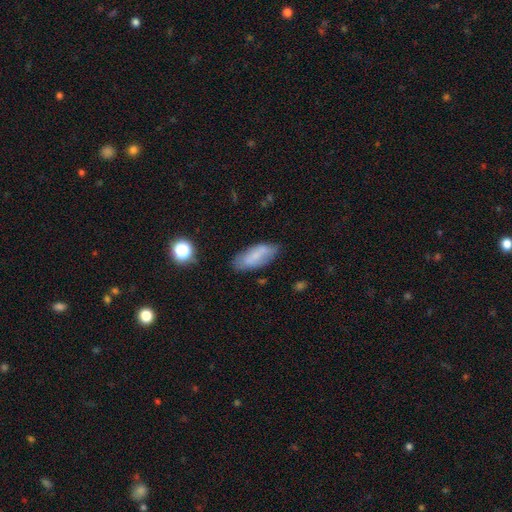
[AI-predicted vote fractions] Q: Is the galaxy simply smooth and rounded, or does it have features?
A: smooth — 69%.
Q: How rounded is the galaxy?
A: in between — 81%.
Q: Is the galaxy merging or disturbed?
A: none — 74%.